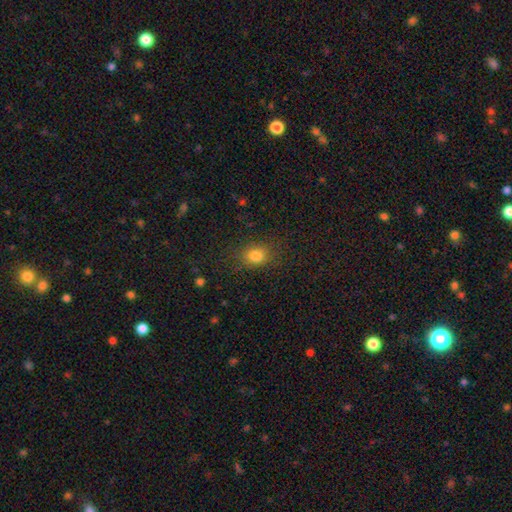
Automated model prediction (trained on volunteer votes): A smooth galaxy with no disk features (81%) that is in between round and cigar-shaped (59%). Merging: none (80%).